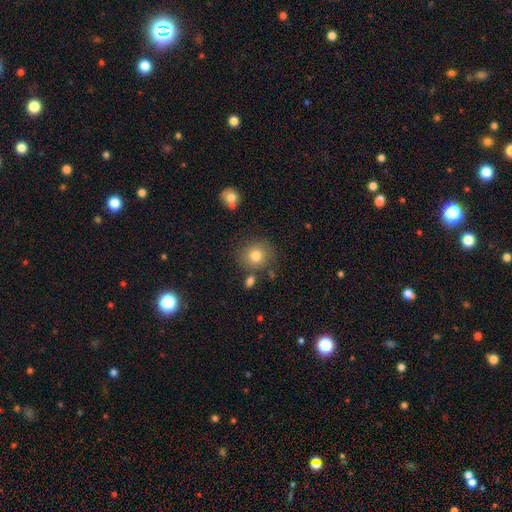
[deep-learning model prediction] A smooth galaxy with no disk features (80%) that is round (86%).

Vote fractions:
- Smooth or featured? smooth: 80% / star or artifact: 11% / featured or disk: 10%
- How rounded? round: 86% / in between: 13% / cigar-shaped: 1%
- Merging? none: 77% / minor disturbance: 12% / merger: 7% / major disturbance: 4%